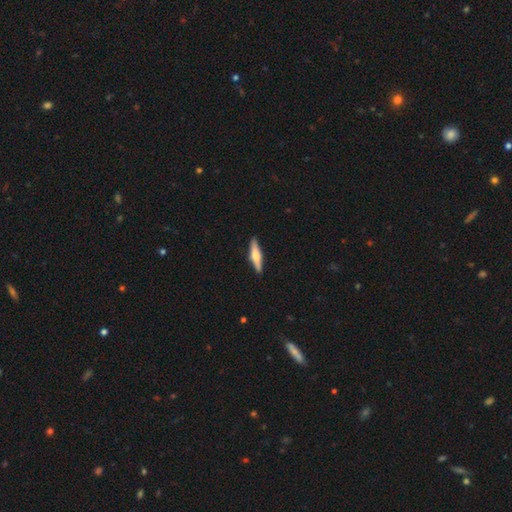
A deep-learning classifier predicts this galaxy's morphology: type=featured or disk (57%); edge-on=yes (96%); edge-on bulge=rounded (89%); merging=none (90%).